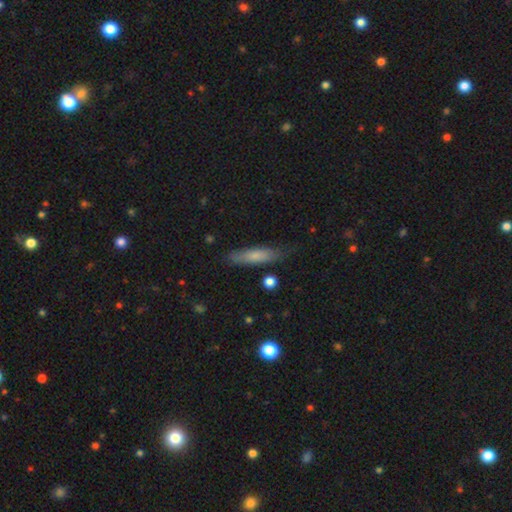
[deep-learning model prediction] Smooth or featured?
  - smooth: 71% *
  - featured or disk: 22%
  - star or artifact: 6%
How rounded?
  - cigar-shaped: 76% *
  - in between: 22%
  - round: 2%
Merging?
  - none: 75% *
  - minor disturbance: 19%
  - major disturbance: 4%
  - merger: 2%